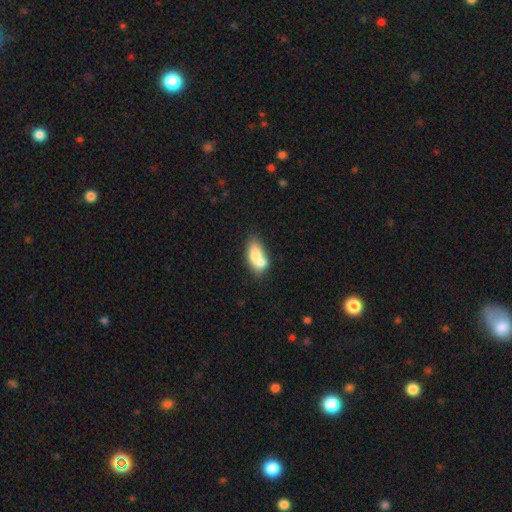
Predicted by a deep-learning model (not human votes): Smooth or featured: smooth — 71% (featured or disk — 21%)
How rounded: in between — 84% (round — 10%)
Merging: merger — 51% (none — 32%)